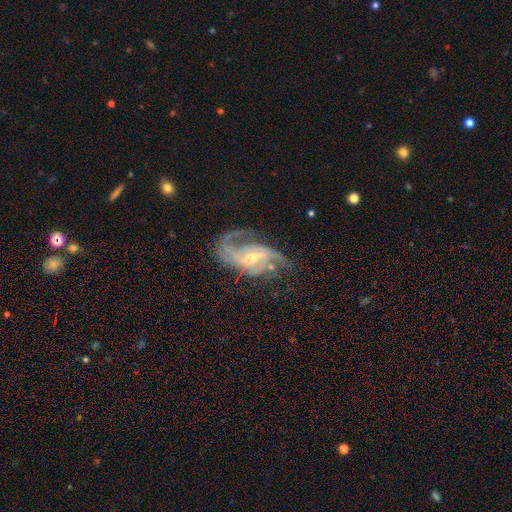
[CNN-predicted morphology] The model was most divided on "bar": weak: 44%, no: 34%, strong: 22%. Remaining: edge-on disk — no (95%); spiral arms — yes (94%); smooth or featured — featured or disk (84%); bulge size — small (57%); merging — none (56%); spiral arm count — 2 (51%); spiral winding — medium (47%).